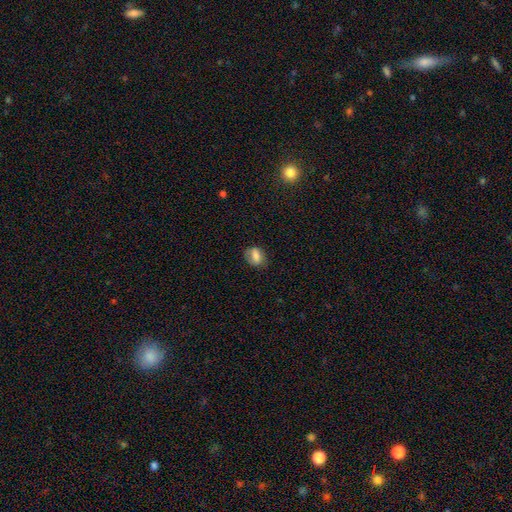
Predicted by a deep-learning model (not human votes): Q: Smooth or featured?
A: smooth (73%); runner-up: featured or disk (18%)
Q: How rounded?
A: in between (70%); runner-up: round (27%)
Q: Merging?
A: none (71%); runner-up: minor disturbance (21%)